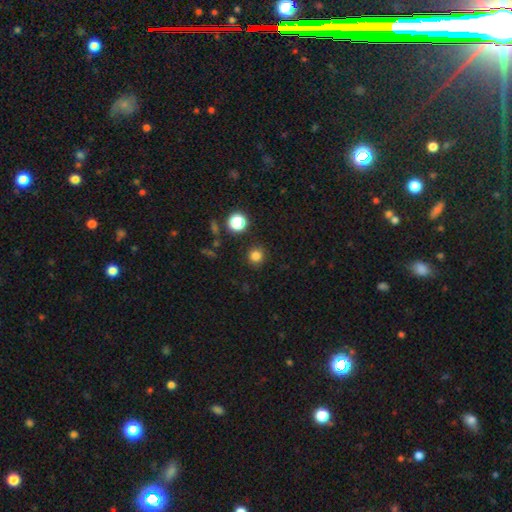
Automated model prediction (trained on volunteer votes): smooth-or-featured: smooth: 80% | star or artifact: 15% | featured or disk: 5%
  how-rounded: round: 93% | in between: 6% | cigar-shaped: 1%
  merging: none: 90% | minor disturbance: 6% | major disturbance: 2% | merger: 2%